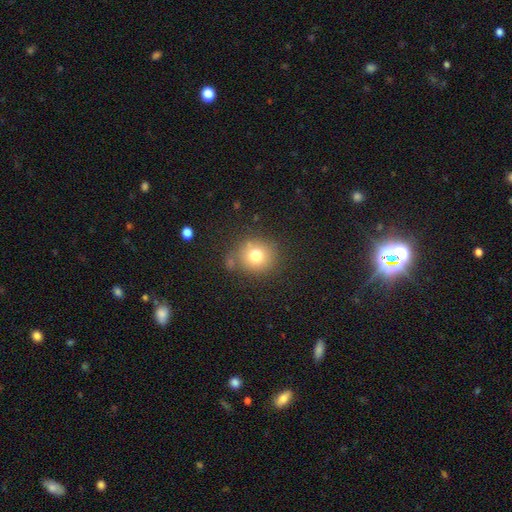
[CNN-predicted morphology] This appears to be a smooth galaxy with no disk features (76%) that is round (87%). Merging: none (76%).